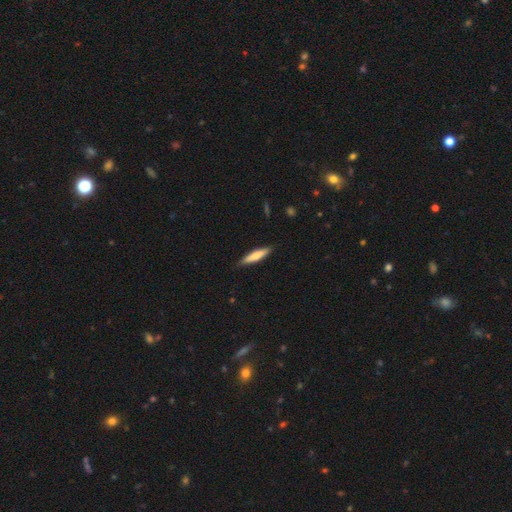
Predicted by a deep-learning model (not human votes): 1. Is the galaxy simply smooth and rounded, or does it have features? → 68% smooth, 26% featured or disk, 5% star or artifact.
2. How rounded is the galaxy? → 85% cigar-shaped, 14% in between, 1% round.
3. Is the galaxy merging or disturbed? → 87% none, 10% minor disturbance, 2% major disturbance, 1% merger.